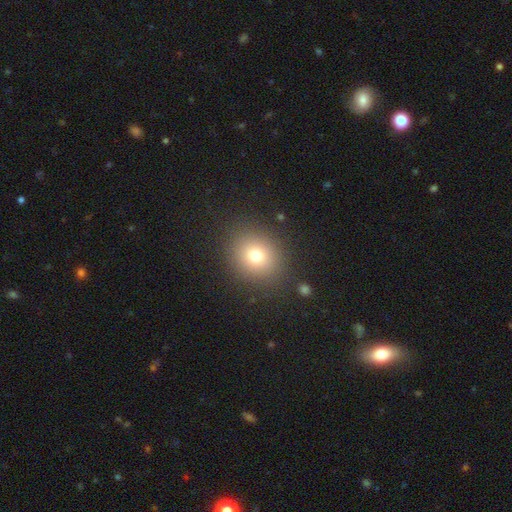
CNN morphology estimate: The model was most divided on "how rounded": round: 72%, in between: 27%, cigar-shaped: 1%. More confident: merging — none (87%); smooth or featured — smooth (76%).